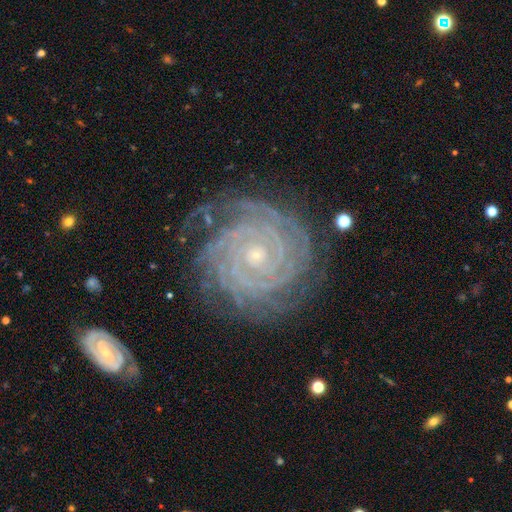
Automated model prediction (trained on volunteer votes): Smooth or featured?
  - featured or disk: 91% *
  - star or artifact: 6%
  - smooth: 3%
Edge-on disk?
  - no: 98% *
  - yes: 2%
Bar?
  - no: 71% *
  - weak: 18%
  - strong: 11%
Spiral arms?
  - yes: 99% *
  - no: 1%
Spiral winding?
  - tight: 91% *
  - medium: 8%
  - loose: 1%
Spiral arm count?
  - 2: 22% * (tied)
  - 4: 22% * (tied)
  - 3: 21%
  - can't tell: 15%
  - more than 4: 13%
  - 1: 8%
Bulge size?
  - small: 74% *
  - moderate: 23%
  - none: 1%
  - large: 1%
  - dominant: 1%
Merging?
  - none: 79% *
  - minor disturbance: 15%
  - major disturbance: 4%
  - merger: 2%